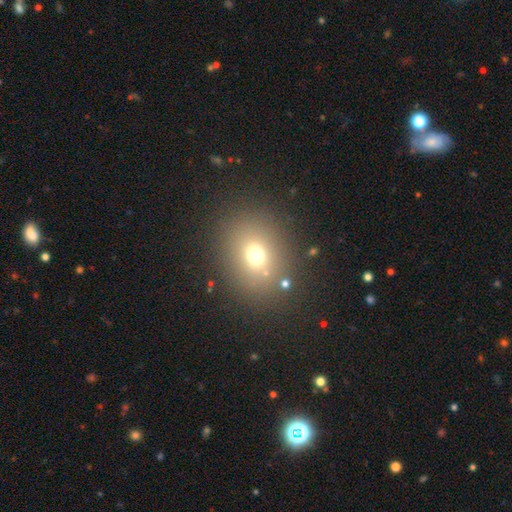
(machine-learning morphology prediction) Smooth or featured?
  - smooth: 68% *
  - star or artifact: 20%
  - featured or disk: 12%
How rounded?
  - round: 64% *
  - in between: 35%
  - cigar-shaped: 1%
Merging?
  - none: 82% *
  - minor disturbance: 9%
  - major disturbance: 5%
  - merger: 4%